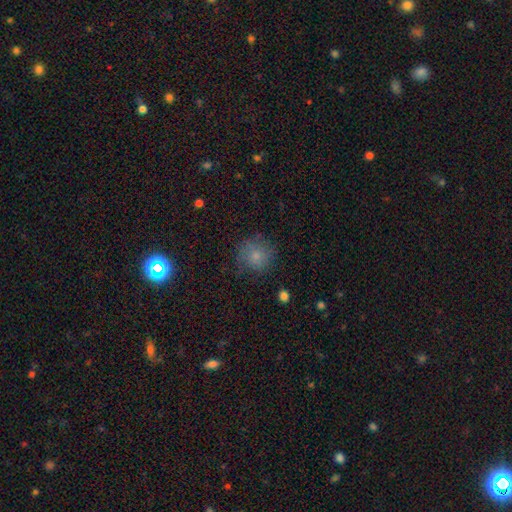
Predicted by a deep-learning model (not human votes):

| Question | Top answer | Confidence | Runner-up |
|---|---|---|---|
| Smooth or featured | smooth | 77% | star or artifact (12%) |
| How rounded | round | 90% | in between (9%) |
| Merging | none | 74% | minor disturbance (18%) |